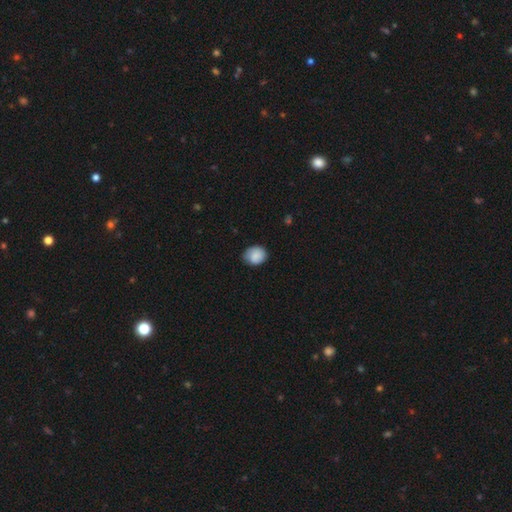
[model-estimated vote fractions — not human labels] A smooth galaxy with no disk features (82%) that is round (64%). Merging: none (67%).